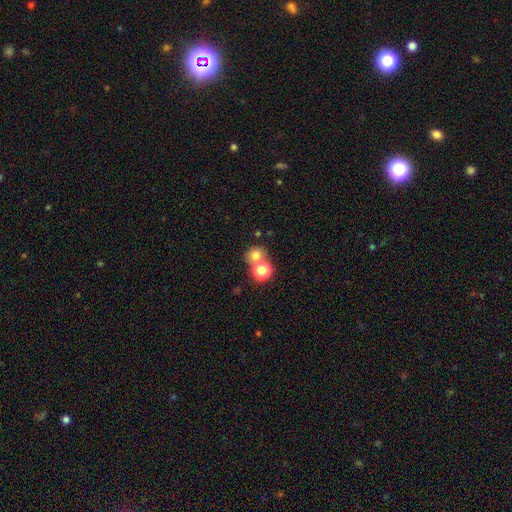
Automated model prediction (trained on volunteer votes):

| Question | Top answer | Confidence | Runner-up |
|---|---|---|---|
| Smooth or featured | smooth | 74% | star or artifact (17%) |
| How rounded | round | 82% | in between (17%) |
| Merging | none | 54% | merger (36%) |